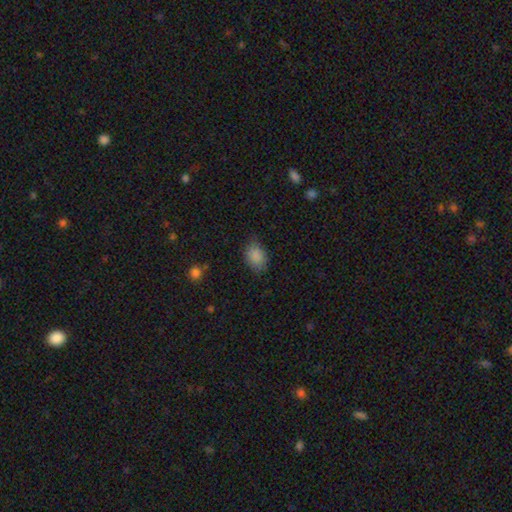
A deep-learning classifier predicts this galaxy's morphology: Overall: smooth (86%). How rounded: in between (76%). Merging: none (69%).